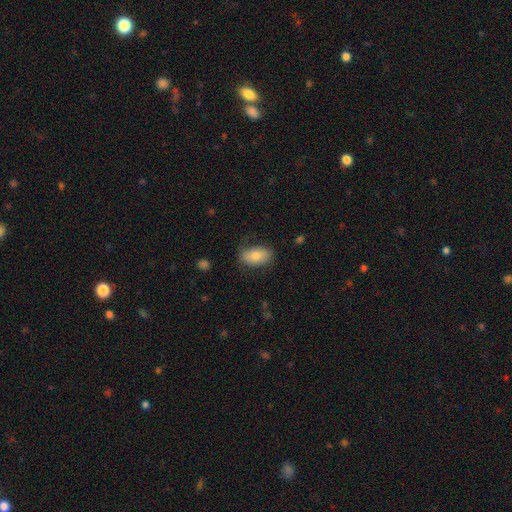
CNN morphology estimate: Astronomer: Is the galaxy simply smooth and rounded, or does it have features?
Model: smooth — 78%.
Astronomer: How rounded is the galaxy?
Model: in between — 93%.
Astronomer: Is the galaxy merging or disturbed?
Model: none — 75%.